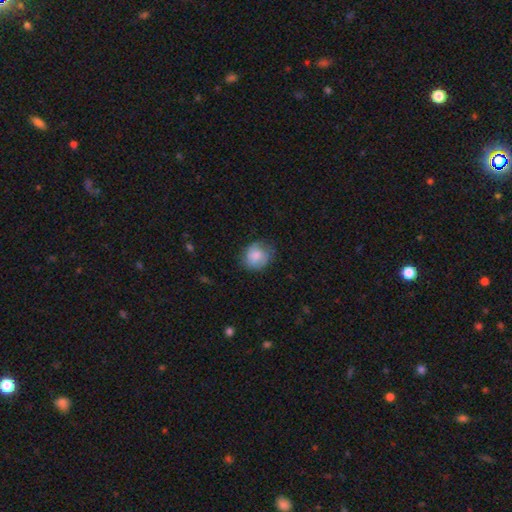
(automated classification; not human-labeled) smooth-or-featured: smooth: 77% | featured or disk: 15% | star or artifact: 7%
  how-rounded: round: 70% | in between: 29% | cigar-shaped: 1%
  merging: none: 64% | minor disturbance: 27% | major disturbance: 8% | merger: 1%